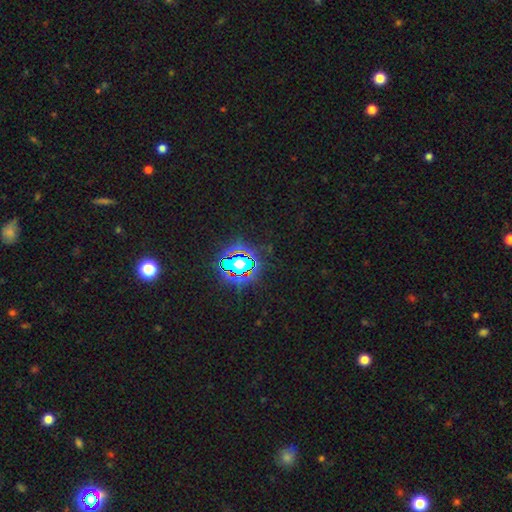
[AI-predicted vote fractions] smooth_or_featured: star or artifact (p=0.79) [alt: smooth p=0.13]